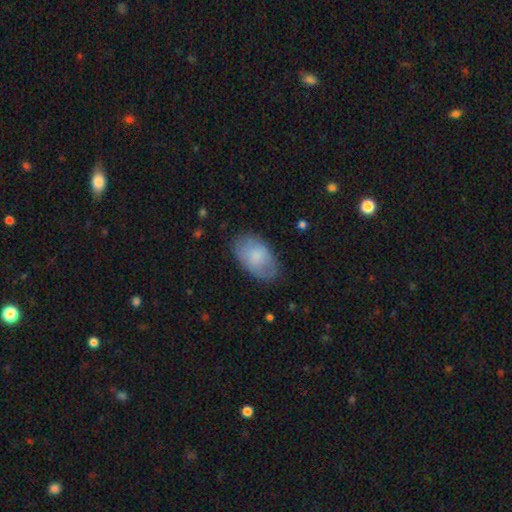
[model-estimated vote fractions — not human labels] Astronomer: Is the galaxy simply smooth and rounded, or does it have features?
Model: smooth — 75%.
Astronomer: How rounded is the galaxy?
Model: in between — 93%.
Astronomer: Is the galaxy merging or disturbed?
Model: none — 76%.